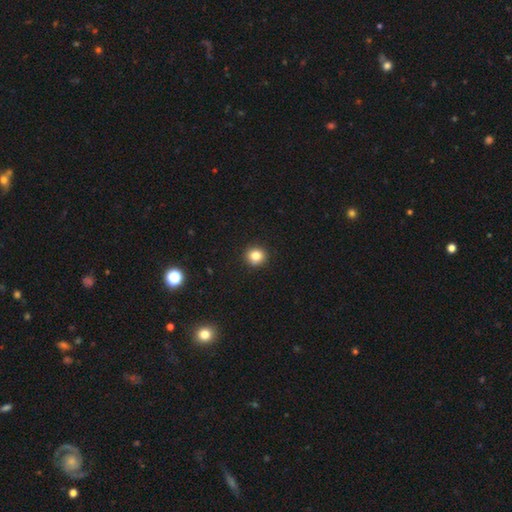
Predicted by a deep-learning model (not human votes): Overall: smooth (83%). How rounded: round (92%). Merging: none (92%).